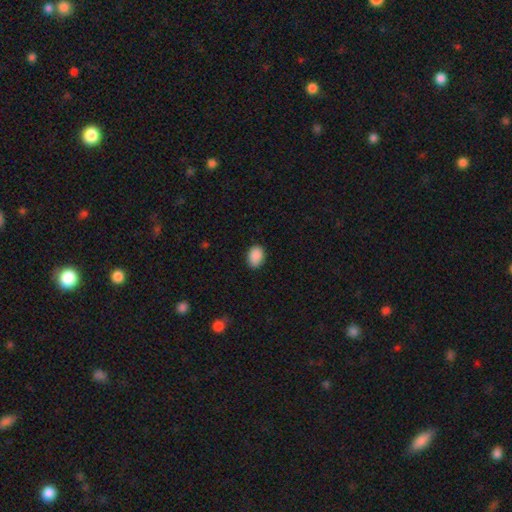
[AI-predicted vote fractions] Overall: smooth (90%). How rounded: in between (78%). Merging: none (87%).